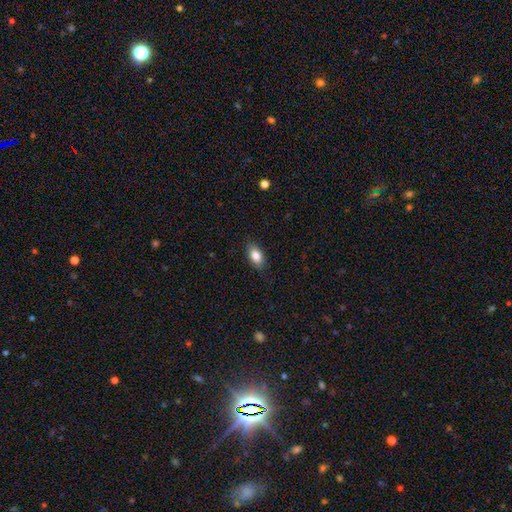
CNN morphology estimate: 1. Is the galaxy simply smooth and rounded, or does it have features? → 84% smooth, 9% featured or disk, 8% star or artifact.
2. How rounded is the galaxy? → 89% in between, 6% round, 5% cigar-shaped.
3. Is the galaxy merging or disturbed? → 86% none, 11% minor disturbance, 2% major disturbance, 1% merger.